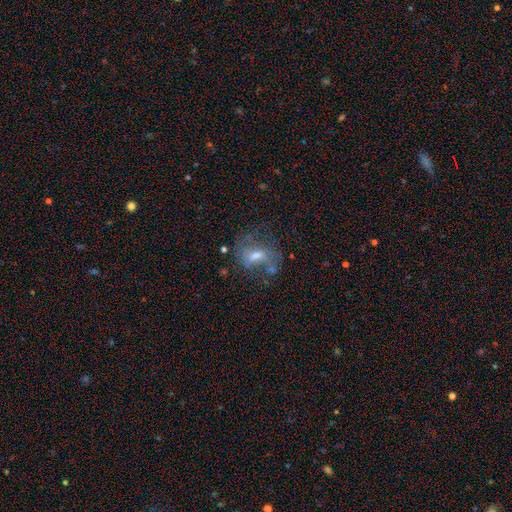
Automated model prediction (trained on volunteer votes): featured or disk 57%, smooth 29%, star or artifact 14%. Down the decision tree: edge-on disk — no (94%); bar — weak (47%); spiral arms — yes (62%); bulge size — moderate (53%); merging — none (46%).